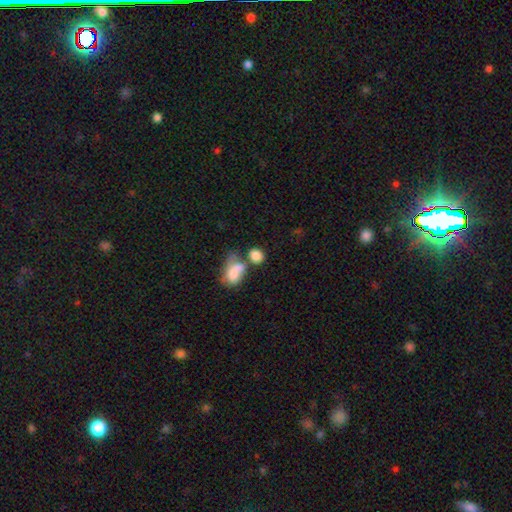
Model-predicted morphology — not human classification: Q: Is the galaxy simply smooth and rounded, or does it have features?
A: smooth — 82%.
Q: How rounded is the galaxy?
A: in between — 59%.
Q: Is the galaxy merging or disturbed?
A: merger — 45%.